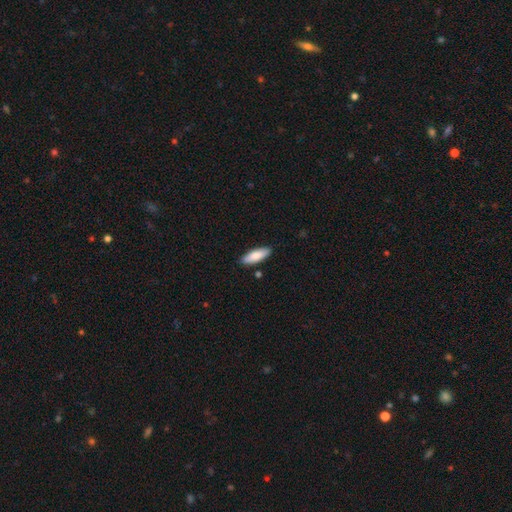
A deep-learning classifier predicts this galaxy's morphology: This is clearly a smooth galaxy (83%). How rounded: possibly in between (59%). Merging: clearly none (87%).